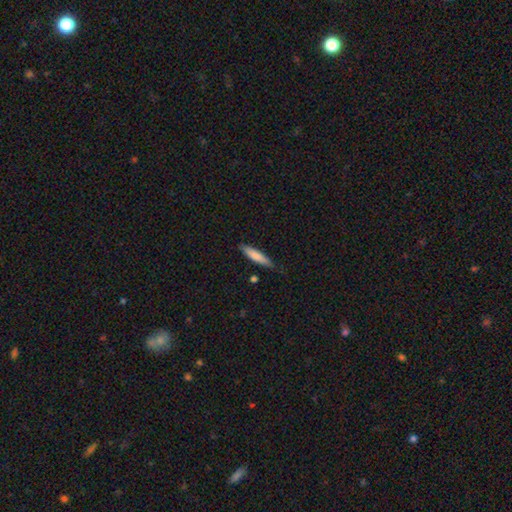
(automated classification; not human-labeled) Smooth or featured? Predicted: smooth (p=0.77). How rounded? Predicted: cigar-shaped (p=0.83). Merging? Predicted: none (p=0.82).